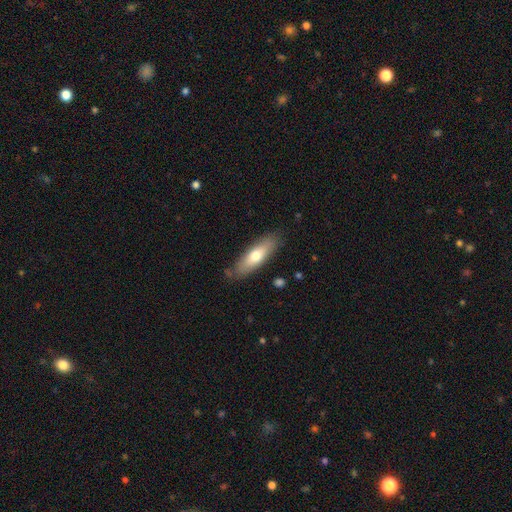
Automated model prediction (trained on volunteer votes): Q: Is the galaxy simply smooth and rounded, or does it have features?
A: smooth — 65%.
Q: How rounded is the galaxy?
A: cigar-shaped — 50%.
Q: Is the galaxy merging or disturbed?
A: none — 81%.